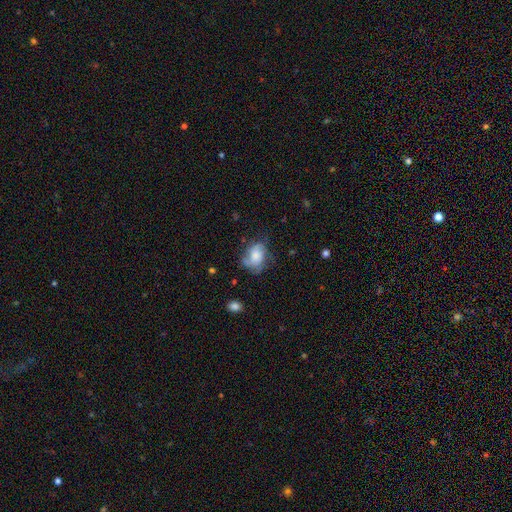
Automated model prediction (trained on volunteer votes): smooth_or_featured: featured or disk (p=0.53) [alt: smooth p=0.38]
disk_edge_on: no (p=0.97) [alt: yes p=0.03]
bar: no (p=0.75) [alt: weak p=0.21]
has_spiral_arms: yes (p=0.81) [alt: no p=0.19]
bulge_size: moderate (p=0.31) [alt: large p=0.27]
merging: none (p=0.52) [alt: minor disturbance p=0.26]